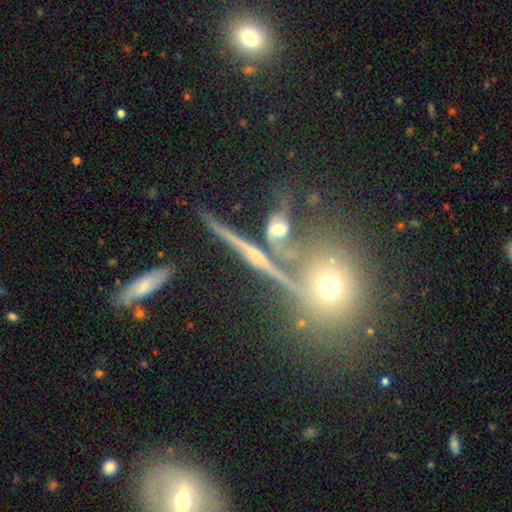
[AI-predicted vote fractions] This is possibly a featured or disk galaxy (59%). It is clearly viewed edge-on (83%). Merging: likely none (65%).